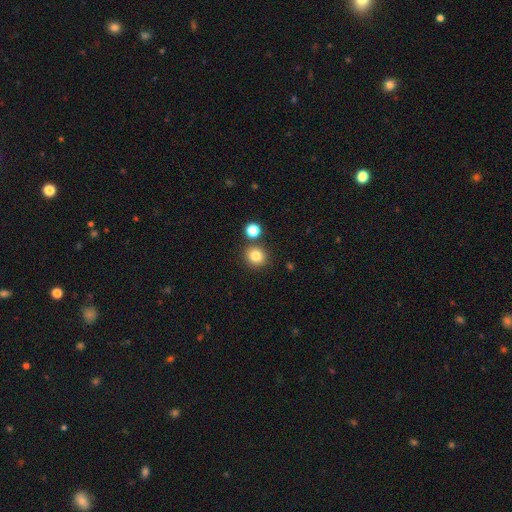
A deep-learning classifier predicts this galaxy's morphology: smooth 82%, star or artifact 12%, featured or disk 6%. Down the decision tree: how rounded — round (88%); merging — none (79%).